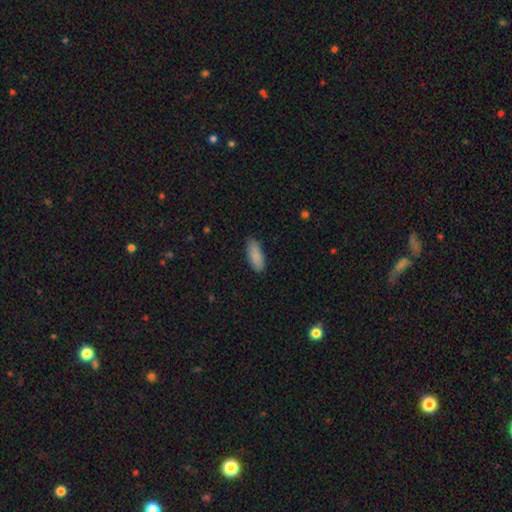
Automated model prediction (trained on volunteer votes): Smooth or featured?
  - smooth: 89% *
  - star or artifact: 6%
  - featured or disk: 5%
How rounded?
  - in between: 76% *
  - cigar-shaped: 23%
  - round: 2%
Merging?
  - none: 85% *
  - minor disturbance: 12%
  - major disturbance: 2%
  - merger: 1%